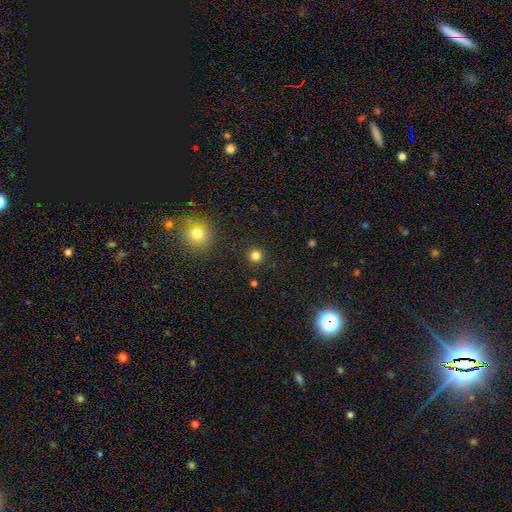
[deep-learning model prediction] Q: Smooth or featured?
A: smooth (81%); runner-up: star or artifact (15%)
Q: How rounded?
A: round (95%); runner-up: in between (4%)
Q: Merging?
A: none (91%); runner-up: minor disturbance (5%)